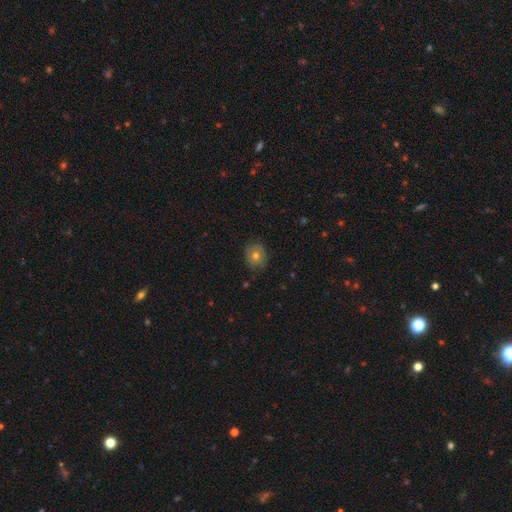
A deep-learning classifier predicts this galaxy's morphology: A smooth galaxy with no disk features (70%) that is round (71%).

Vote fractions:
- Smooth or featured? smooth: 70% / featured or disk: 17% / star or artifact: 12%
- How rounded? round: 71% / in between: 28% / cigar-shaped: 1%
- Merging? none: 82% / minor disturbance: 14% / major disturbance: 3% / merger: 1%